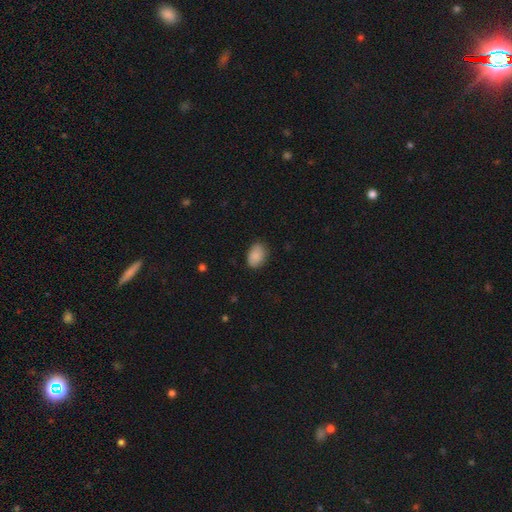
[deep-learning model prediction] Overall: smooth (88%). How rounded: in between (84%). Merging: none (81%).